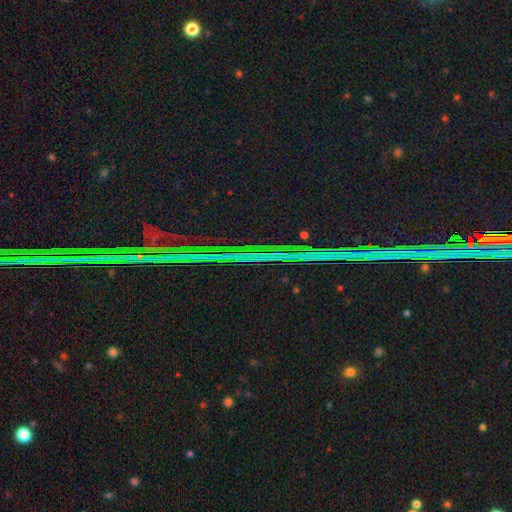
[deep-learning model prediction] The model was most divided on "smooth or featured": star or artifact: 89%, featured or disk: 6%, smooth: 5%.